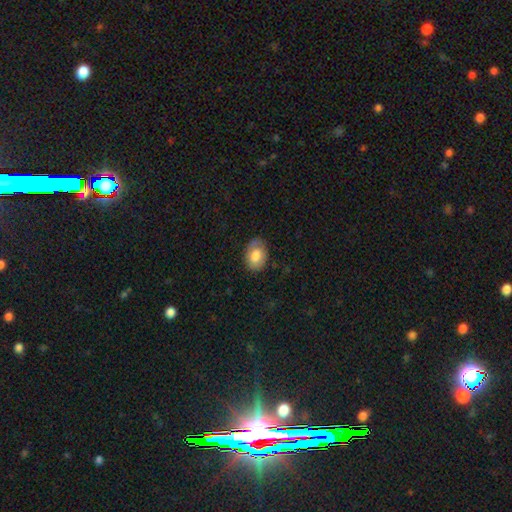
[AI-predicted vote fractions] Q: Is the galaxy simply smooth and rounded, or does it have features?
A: smooth — 72%.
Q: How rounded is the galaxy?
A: in between — 81%.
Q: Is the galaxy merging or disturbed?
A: none — 79%.